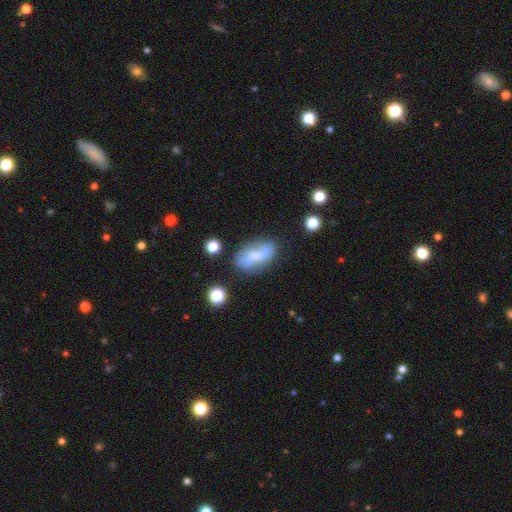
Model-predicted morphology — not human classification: Smooth or featured: smooth — 49% (featured or disk — 42%)
Merging: none — 64% (minor disturbance — 21%)